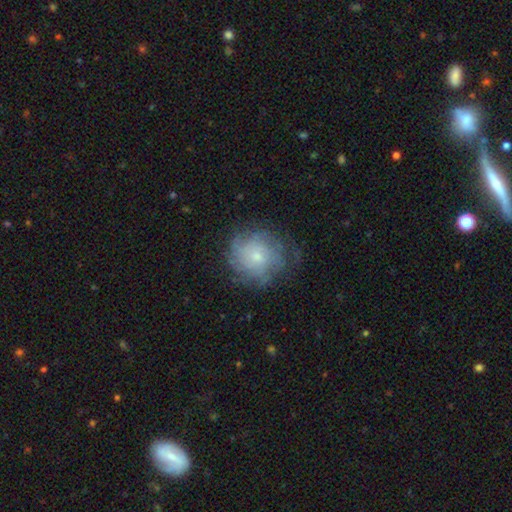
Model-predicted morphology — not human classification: featured or disk 53%, smooth 36%, star or artifact 11%. Down the decision tree: edge-on disk — no (97%); bar — no (84%); spiral arms — yes (78%); bulge size — small (68%); merging — none (71%).